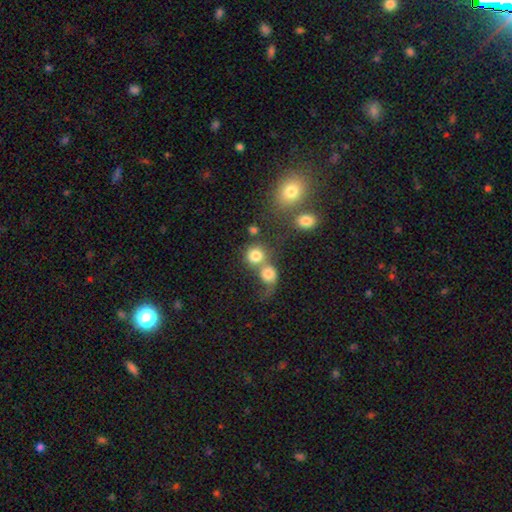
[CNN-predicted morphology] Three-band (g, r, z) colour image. It shows a smooth galaxy with no disk features (79%) that is round (84%). Merging: merger (48%).